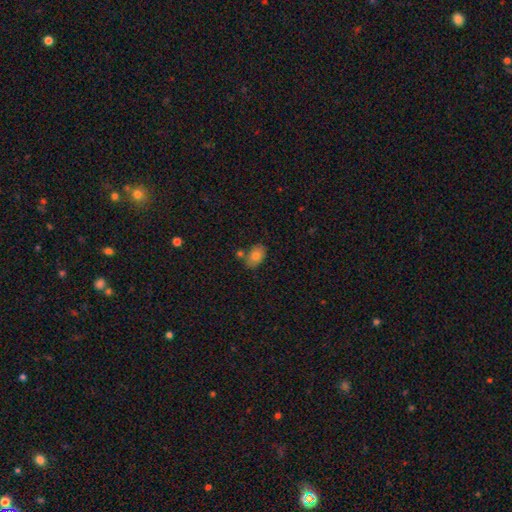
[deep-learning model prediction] Overall: smooth (78%). How rounded: in between (83%). Merging: none (67%).